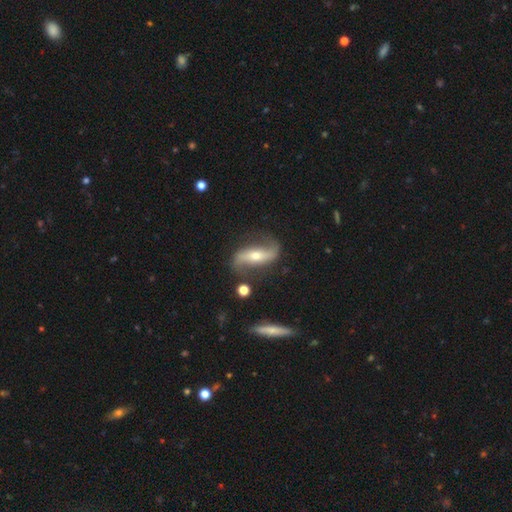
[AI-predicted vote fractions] Smooth or featured?
  - featured or disk: 83% *
  - smooth: 12%
  - star or artifact: 6%
Edge-on disk?
  - no: 89% *
  - yes: 11%
Bar?
  - strong: 44% *
  - no: 31%
  - weak: 26%
Spiral arms?
  - yes: 94% *
  - no: 6%
Spiral winding?
  - loose: 77% *
  - medium: 17%
  - tight: 6%
Spiral arm count?
  - 2: 92% *
  - 1: 3%
  - can't tell: 3%
  - 3: 1%
  - 4: 1%
  - more than 4: 1%
Bulge size?
  - moderate: 48% *
  - small: 46%
  - large: 3%
  - none: 2%
  - dominant: 1%
Merging?
  - none: 75% *
  - minor disturbance: 15%
  - major disturbance: 7%
  - merger: 4%